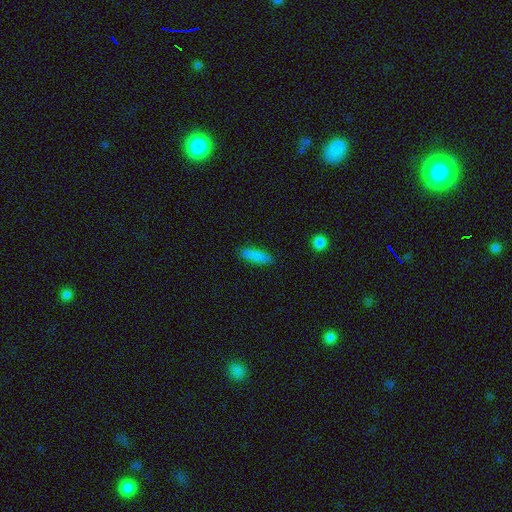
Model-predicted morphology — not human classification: The model was most divided on "how rounded" (2-way tie): cigar-shaped: 49%, in between: 49%, round: 2%. More confident: merging — none (88%); smooth or featured — smooth (87%).